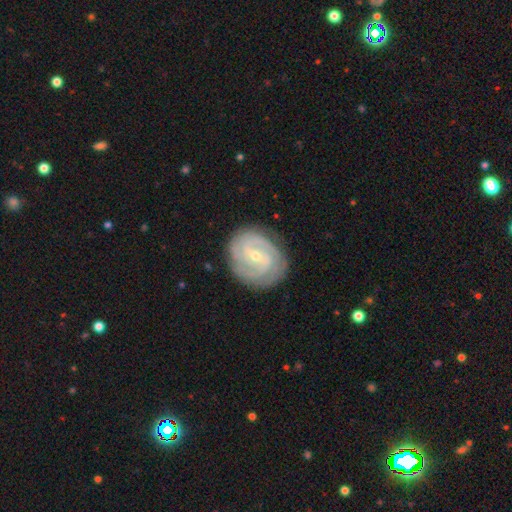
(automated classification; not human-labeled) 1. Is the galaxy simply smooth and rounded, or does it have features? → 87% featured or disk, 8% smooth, 5% star or artifact.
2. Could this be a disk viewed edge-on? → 98% no, 2% yes.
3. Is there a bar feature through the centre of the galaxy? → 54% weak, 23% no, 23% strong.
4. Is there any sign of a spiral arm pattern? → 97% yes, 3% no.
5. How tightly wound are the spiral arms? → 71% tight, 25% medium, 4% loose.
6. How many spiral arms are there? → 37% 2, 26% 3, 18% can't tell, 10% 4, 5% more than 4, 5% 1.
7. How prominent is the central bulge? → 62% small, 36% moderate, 1% large, 1% none, 1% dominant.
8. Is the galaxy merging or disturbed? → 84% none, 12% minor disturbance, 3% major disturbance, 1% merger.